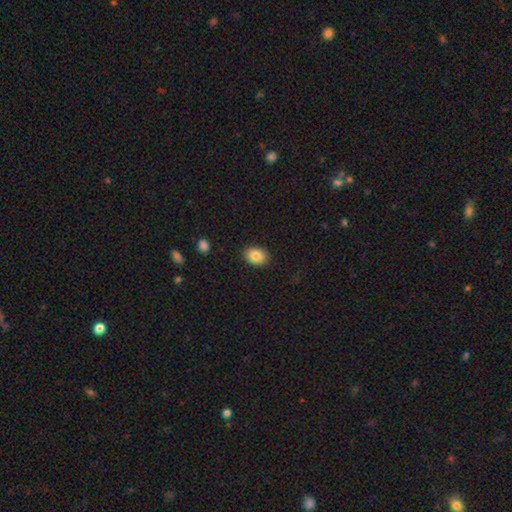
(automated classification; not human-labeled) smooth 86%, star or artifact 8%, featured or disk 6%. Down the decision tree: how rounded — in between (66%); merging — none (89%).